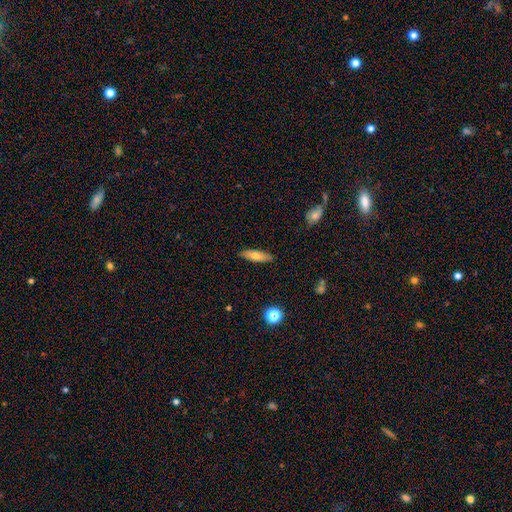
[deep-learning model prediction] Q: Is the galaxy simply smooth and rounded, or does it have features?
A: smooth — 67%.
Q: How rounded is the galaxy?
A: cigar-shaped — 54%.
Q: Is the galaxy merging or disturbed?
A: none — 87%.